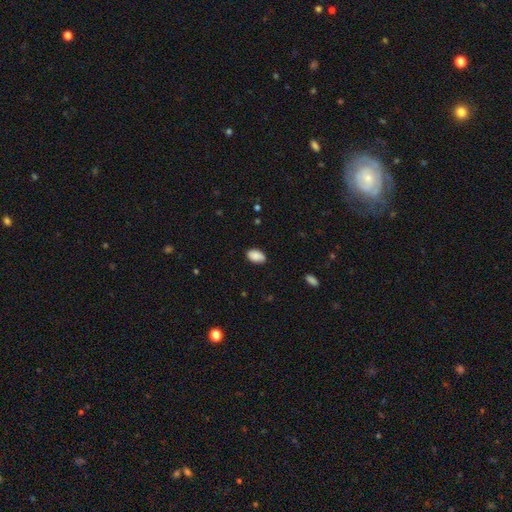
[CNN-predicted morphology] Smooth or featured? Predicted: smooth (p=0.87). How rounded? Predicted: in between (p=0.91). Merging? Predicted: none (p=0.80).